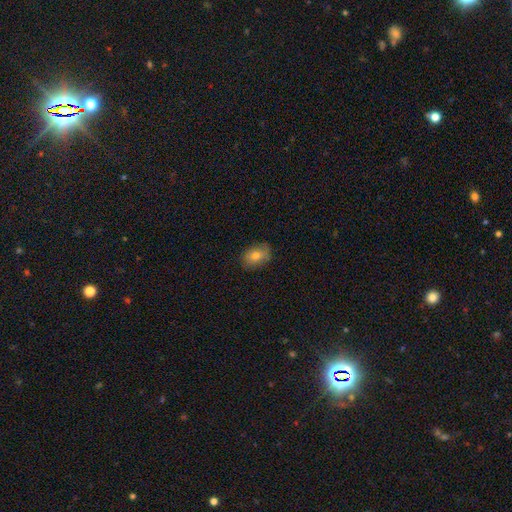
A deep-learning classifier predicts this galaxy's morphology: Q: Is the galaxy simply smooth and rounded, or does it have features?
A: smooth — 76%.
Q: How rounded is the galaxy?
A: in between — 75%.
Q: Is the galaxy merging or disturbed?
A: none — 79%.